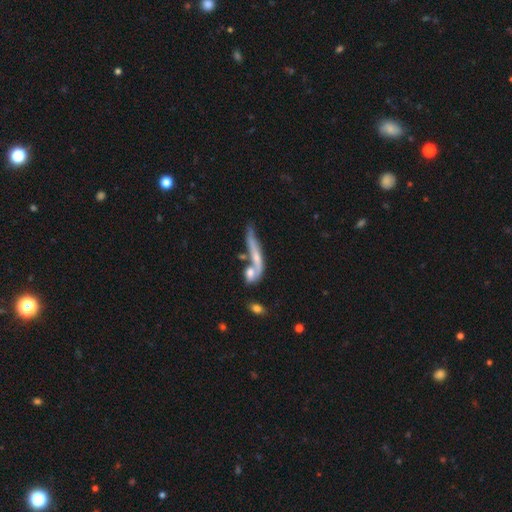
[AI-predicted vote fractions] smooth_or_featured: featured or disk (p=0.49) [alt: smooth p=0.43]
merging: merger (p=0.39) [alt: none p=0.33]